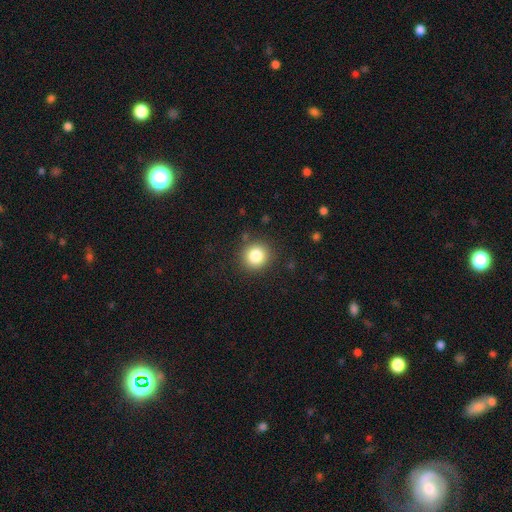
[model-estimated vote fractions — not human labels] Overall: smooth (83%). How rounded: round (91%). Merging: none (89%).